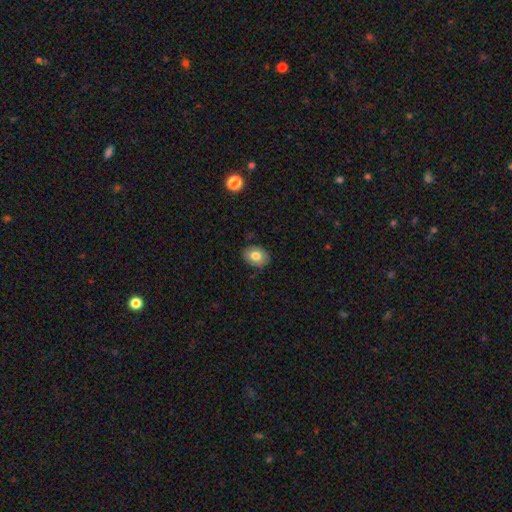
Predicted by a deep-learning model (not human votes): Smooth or featured? Predicted: smooth (p=0.78). How rounded? Predicted: in between (p=0.62). Merging? Predicted: none (p=0.86).